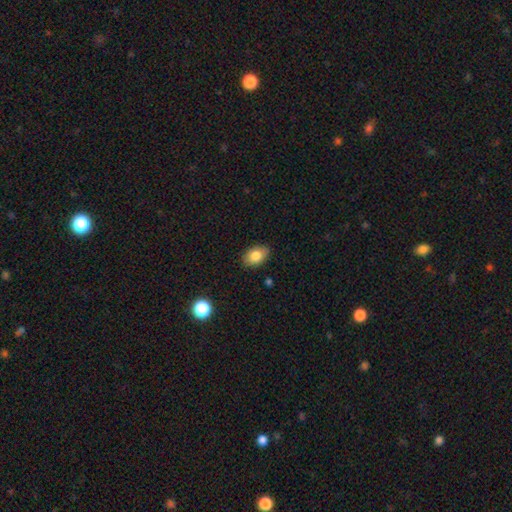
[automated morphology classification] Smooth or featured? Predicted: smooth (p=0.82). How rounded? Predicted: in between (p=0.85). Merging? Predicted: none (p=0.85).